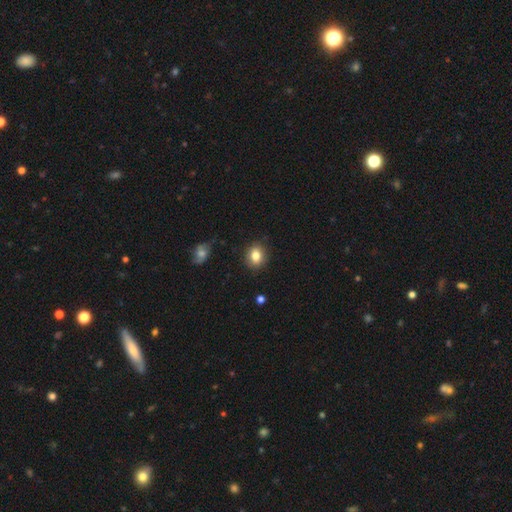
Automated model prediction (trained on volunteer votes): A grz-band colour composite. It shows a smooth galaxy with no disk features (82%) that is round (55%). Merging: none (86%).